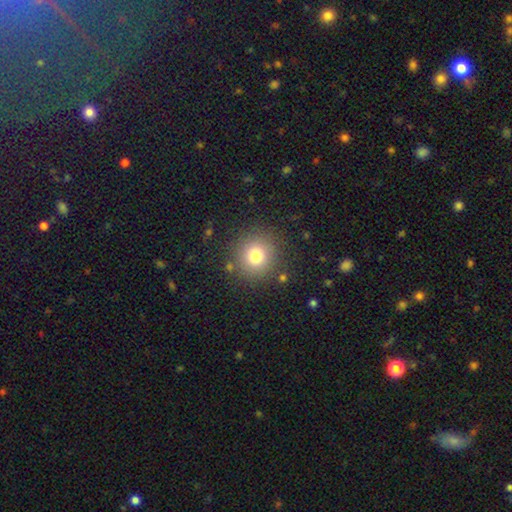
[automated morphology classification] This is likely a smooth galaxy (77%). How rounded: clearly round (93%). Merging: clearly none (87%).